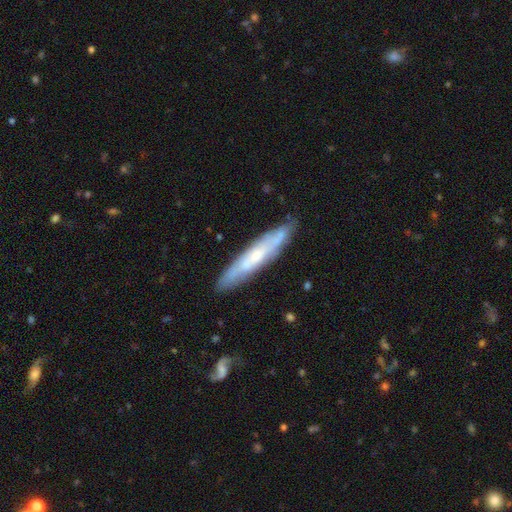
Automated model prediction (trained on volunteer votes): A featured or disk galaxy (58%) viewed edge-on (62%).

Vote fractions:
- Smooth or featured? featured or disk: 58% / smooth: 36% / star or artifact: 6%
- Edge-on disk? yes: 62% / no: 38%
- Merging? none: 82% / minor disturbance: 13% / major disturbance: 2% / merger: 2%